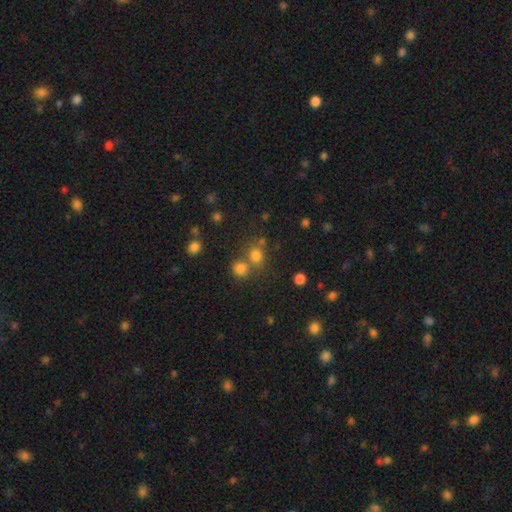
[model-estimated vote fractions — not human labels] Q: Smooth or featured?
A: smooth (73%); runner-up: star or artifact (20%)
Q: How rounded?
A: round (81%); runner-up: in between (18%)
Q: Merging?
A: none (57%); runner-up: merger (32%)